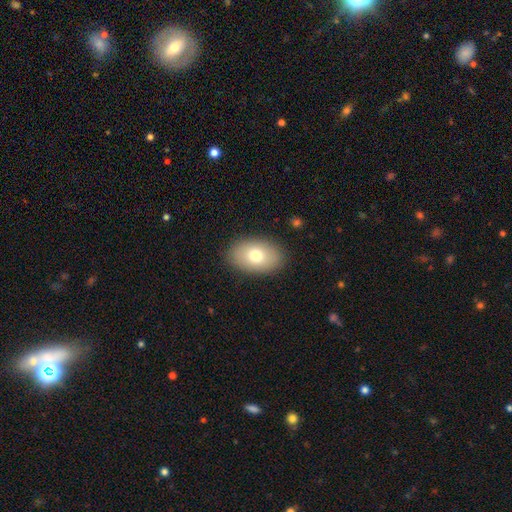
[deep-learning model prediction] This appears to be a smooth galaxy with no disk features (75%) that is in between round and cigar-shaped (88%). Merging: none (87%).